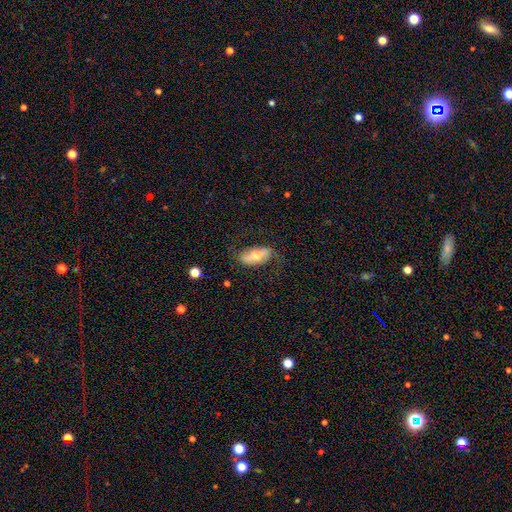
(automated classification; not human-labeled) A smooth galaxy with no disk features (47%).

Vote fractions:
- Smooth or featured? smooth: 47% / featured or disk: 46% / star or artifact: 7%
- Merging? none: 68% / minor disturbance: 20% / major disturbance: 10% / merger: 2%